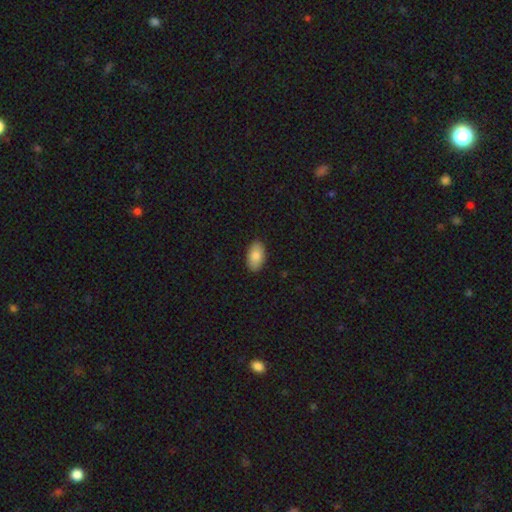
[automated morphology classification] Smooth or featured? Predicted: smooth (p=0.84). How rounded? Predicted: in between (p=0.94). Merging? Predicted: none (p=0.88).